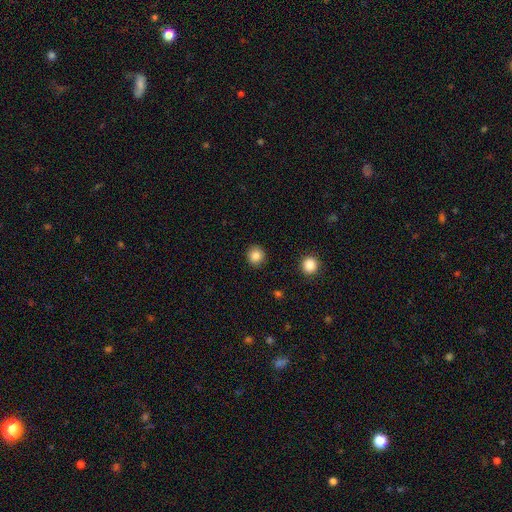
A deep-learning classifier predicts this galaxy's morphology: Overall: smooth (86%). How rounded: round (92%). Merging: none (91%).